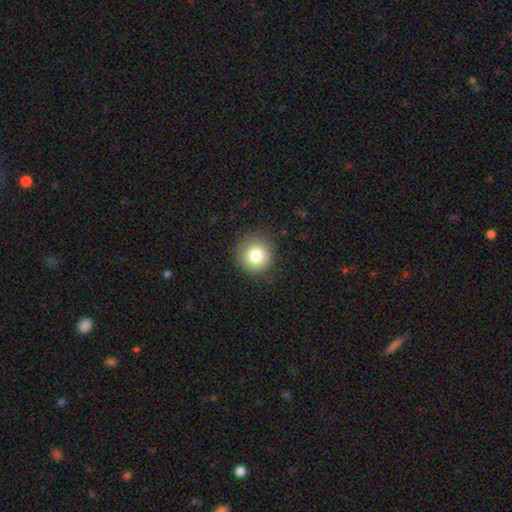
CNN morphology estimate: A smooth galaxy with no disk features (81%) that is round (95%).

Vote fractions:
- Smooth or featured? smooth: 81% / star or artifact: 10% / featured or disk: 9%
- How rounded? round: 95% / in between: 4% / cigar-shaped: 1%
- Merging? none: 87% / minor disturbance: 9% / major disturbance: 3% / merger: 1%